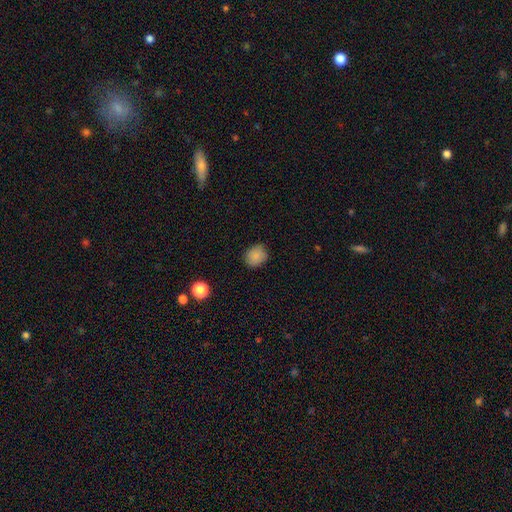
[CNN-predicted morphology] Smooth or featured? Predicted: smooth (p=0.86). How rounded? Predicted: round (p=0.61). Merging? Predicted: none (p=0.82).